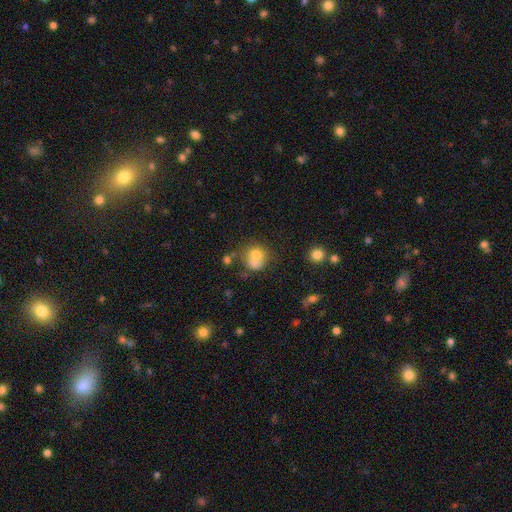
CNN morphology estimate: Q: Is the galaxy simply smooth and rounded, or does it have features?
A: smooth — 71%.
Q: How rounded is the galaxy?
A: round — 75%.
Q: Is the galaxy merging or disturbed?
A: none — 39%.